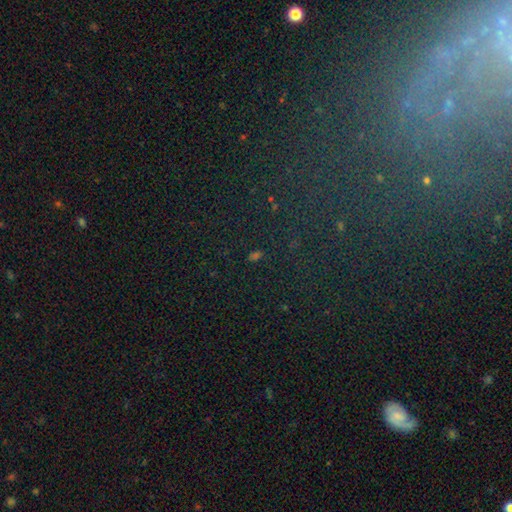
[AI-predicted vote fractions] Smooth or featured: star or artifact — 60% (smooth — 31%)